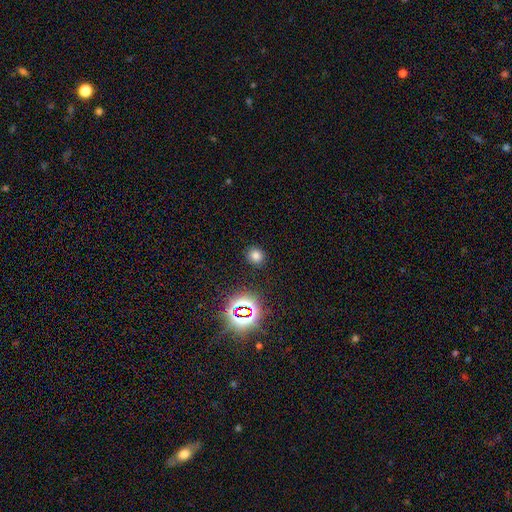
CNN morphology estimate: This is likely a smooth galaxy (72%). How rounded: clearly round (82%). Merging: clearly none (89%).